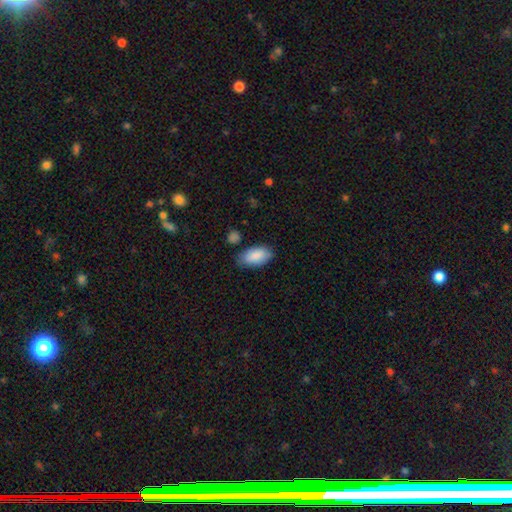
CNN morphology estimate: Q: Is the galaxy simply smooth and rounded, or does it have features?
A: smooth — 88%.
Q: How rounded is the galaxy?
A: in between — 94%.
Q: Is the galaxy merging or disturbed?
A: none — 75%.